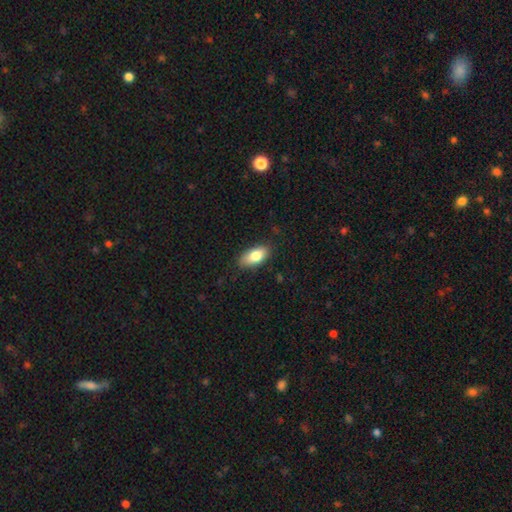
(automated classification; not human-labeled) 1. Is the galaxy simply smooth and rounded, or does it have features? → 80% smooth, 14% featured or disk, 7% star or artifact.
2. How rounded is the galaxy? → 90% in between, 7% cigar-shaped, 3% round.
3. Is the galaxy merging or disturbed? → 81% none, 15% minor disturbance, 3% major disturbance, 1% merger.